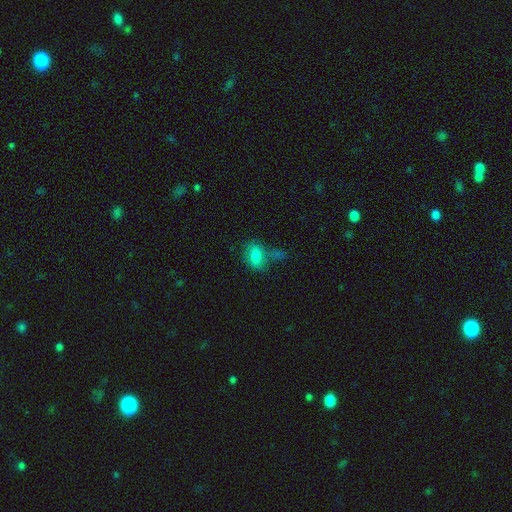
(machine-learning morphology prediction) Smooth or featured? smooth (77%)
How rounded? in between (85%)
Merging? none (48%)